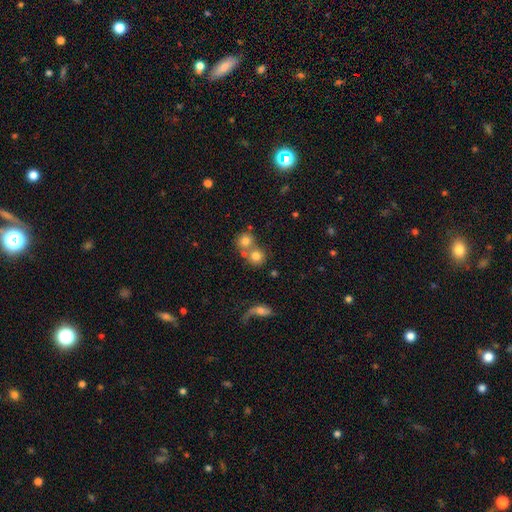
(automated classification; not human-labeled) Smooth or featured: smooth — 73% (featured or disk — 15%)
How rounded: round — 86% (in between — 12%)
Merging: merger — 47% (none — 42%)